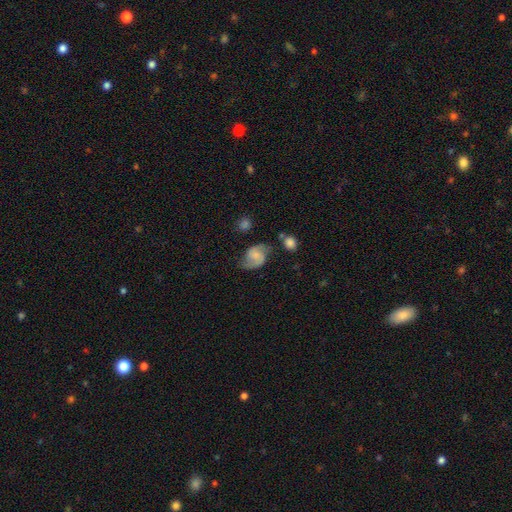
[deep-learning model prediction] The model was most divided on "spiral winding": medium: 44%, loose: 40%, tight: 16%. Remaining: edge-on disk — no (97%); spiral arms — yes (91%); spiral arm count — 2 (88%); smooth or featured — featured or disk (59%); merging — none (59%); bar — no (53%); bulge size — small (42%).